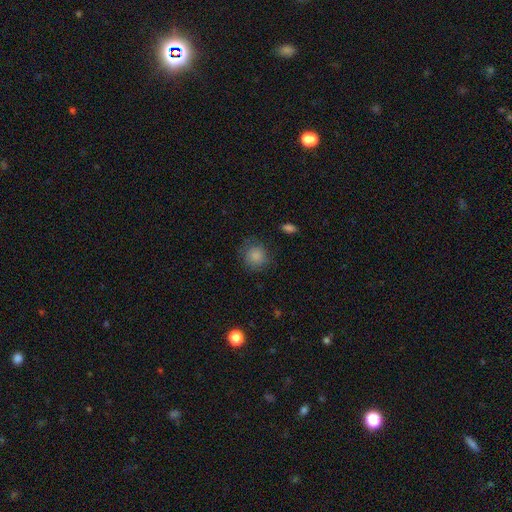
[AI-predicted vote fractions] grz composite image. It shows a smooth galaxy with no disk features (83%) that is round (88%). Merging: none (77%).